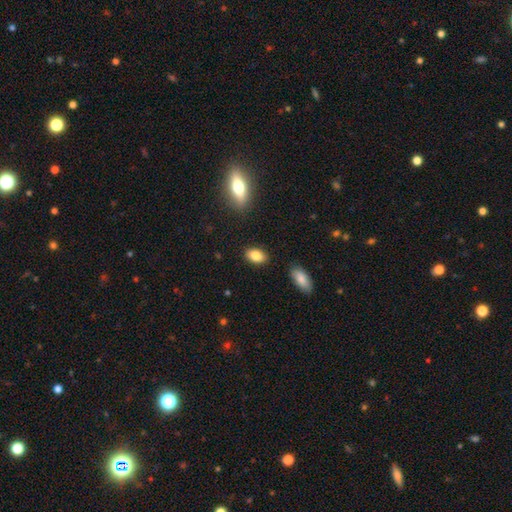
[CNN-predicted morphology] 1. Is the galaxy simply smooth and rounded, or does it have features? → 86% smooth, 8% star or artifact, 6% featured or disk.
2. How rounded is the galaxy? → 88% in between, 9% round, 2% cigar-shaped.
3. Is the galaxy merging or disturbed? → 86% none, 10% minor disturbance, 2% major disturbance, 2% merger.